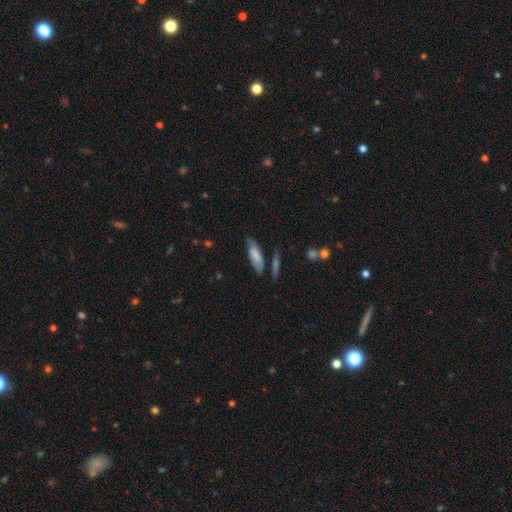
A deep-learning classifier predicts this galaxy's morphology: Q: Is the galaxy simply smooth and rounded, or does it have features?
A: smooth — 68%.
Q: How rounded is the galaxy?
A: in between — 57%.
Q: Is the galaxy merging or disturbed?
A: none — 60%.